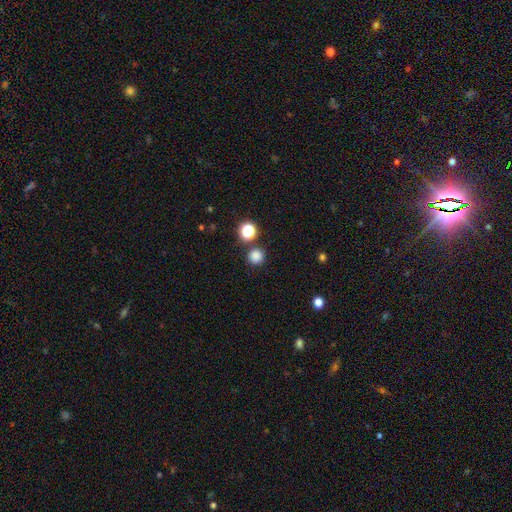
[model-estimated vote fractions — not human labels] Smooth or featured?
  - smooth: 81% *
  - star or artifact: 15%
  - featured or disk: 4%
How rounded?
  - round: 95% *
  - in between: 4%
  - cigar-shaped: 1%
Merging?
  - none: 84% *
  - merger: 7%
  - minor disturbance: 7%
  - major disturbance: 3%